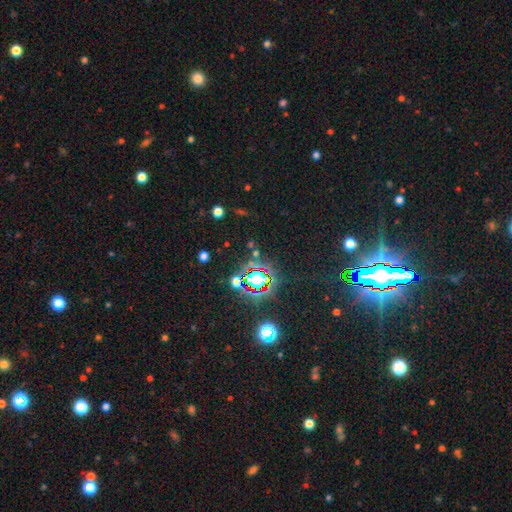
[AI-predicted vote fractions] Smooth or featured? Predicted: star or artifact (p=0.78).